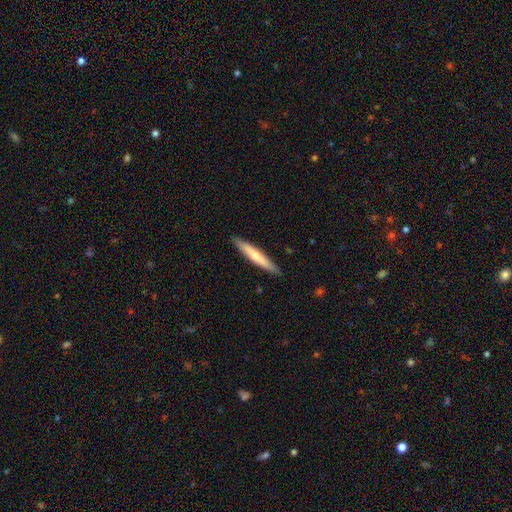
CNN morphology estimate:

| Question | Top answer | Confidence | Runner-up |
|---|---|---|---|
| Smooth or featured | smooth | 61% | featured or disk (34%) |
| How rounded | cigar-shaped | 95% | in between (4%) |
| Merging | none | 91% | minor disturbance (7%) |